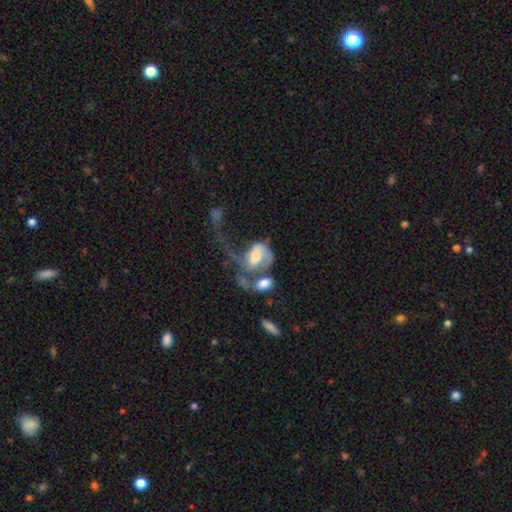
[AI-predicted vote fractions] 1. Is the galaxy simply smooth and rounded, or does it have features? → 52% featured or disk, 39% smooth, 9% star or artifact.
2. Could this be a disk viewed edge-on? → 96% no, 4% yes.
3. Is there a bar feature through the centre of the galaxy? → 54% no, 31% weak, 15% strong.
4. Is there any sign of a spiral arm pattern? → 60% yes, 40% no.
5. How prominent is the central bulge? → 37% moderate, 27% large, 16% small, 14% none, 6% dominant.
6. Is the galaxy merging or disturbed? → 45% merger, 40% major disturbance, 9% none, 7% minor disturbance.